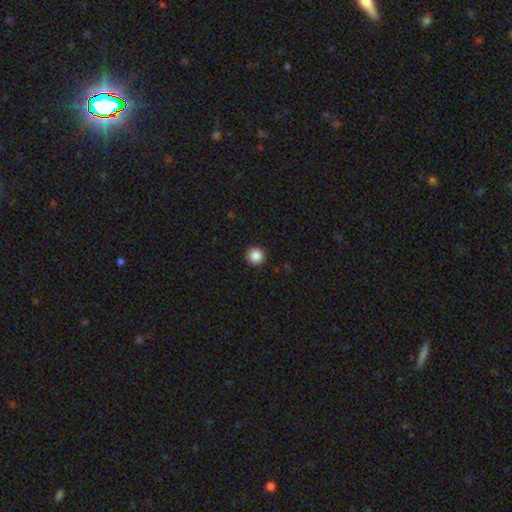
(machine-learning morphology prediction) This is clearly a smooth galaxy (87%). How rounded: clearly round (97%). Merging: clearly none (94%).